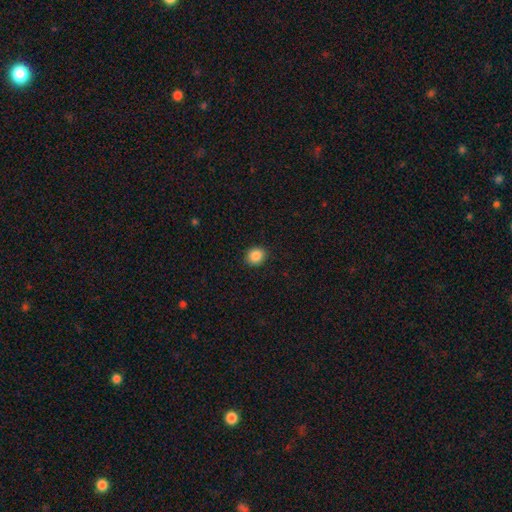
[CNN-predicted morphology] Smooth or featured?
  - smooth: 88% *
  - star or artifact: 9%
  - featured or disk: 3%
How rounded?
  - round: 77% *
  - in between: 22%
  - cigar-shaped: 1%
Merging?
  - none: 90% *
  - minor disturbance: 7%
  - major disturbance: 2%
  - merger: 1%